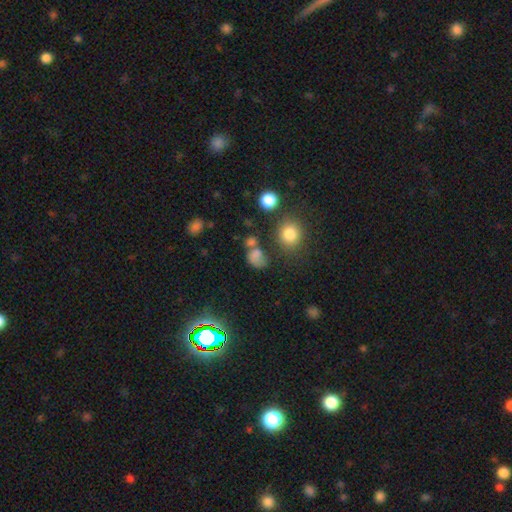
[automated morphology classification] Smooth or featured: smooth — 70% (star or artifact — 19%)
How rounded: round — 50% (in between — 49%)
Merging: none — 43% (merger — 25%)